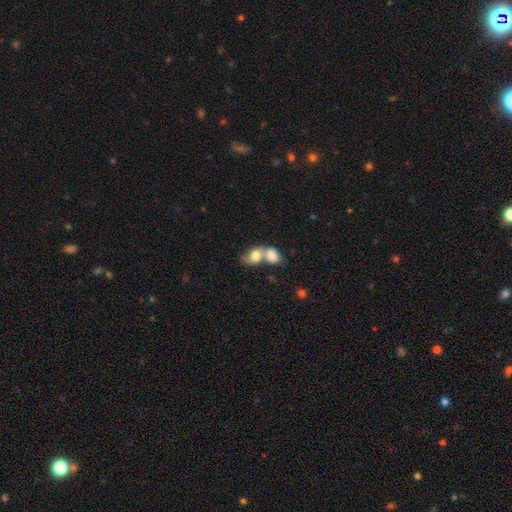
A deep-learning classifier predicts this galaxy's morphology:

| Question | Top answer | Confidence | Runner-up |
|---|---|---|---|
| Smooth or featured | smooth | 75% | featured or disk (18%) |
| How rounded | in between | 68% | round (30%) |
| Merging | merger | 79% | none (12%) |